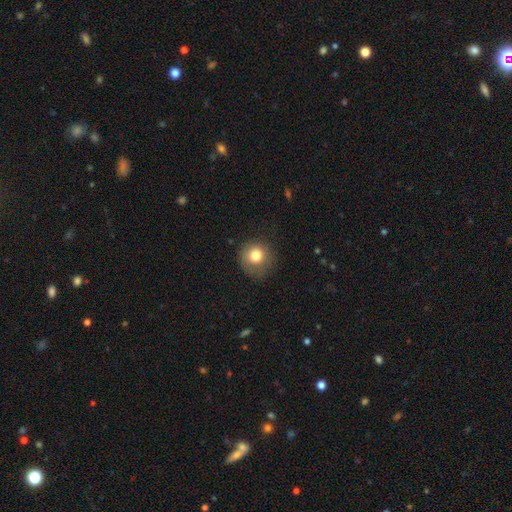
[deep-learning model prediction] This appears to be a smooth galaxy with no disk features (79%) that is round (90%). Merging: none (71%).